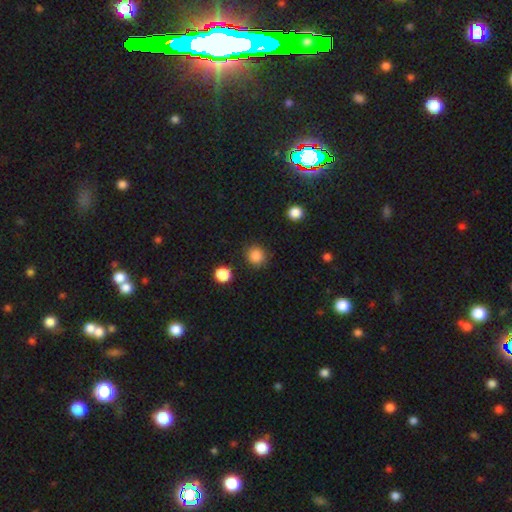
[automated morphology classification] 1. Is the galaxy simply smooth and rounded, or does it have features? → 86% smooth, 11% star or artifact, 3% featured or disk.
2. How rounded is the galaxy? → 89% round, 10% in between, 1% cigar-shaped.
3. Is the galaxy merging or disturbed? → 88% none, 7% minor disturbance, 3% major disturbance, 2% merger.